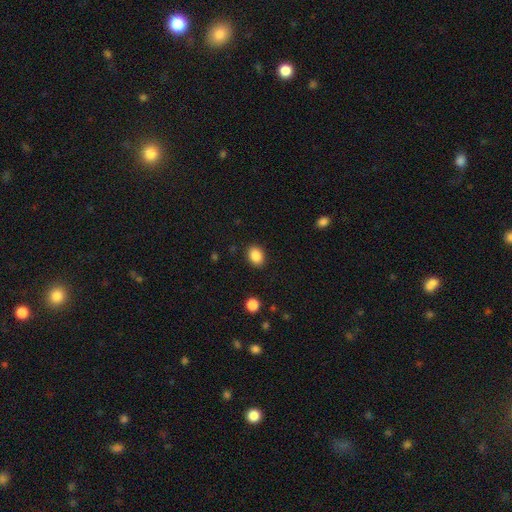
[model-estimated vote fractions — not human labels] Smooth or featured? Predicted: smooth (p=0.87). How rounded? Predicted: in between (p=0.65). Merging? Predicted: none (p=0.89).